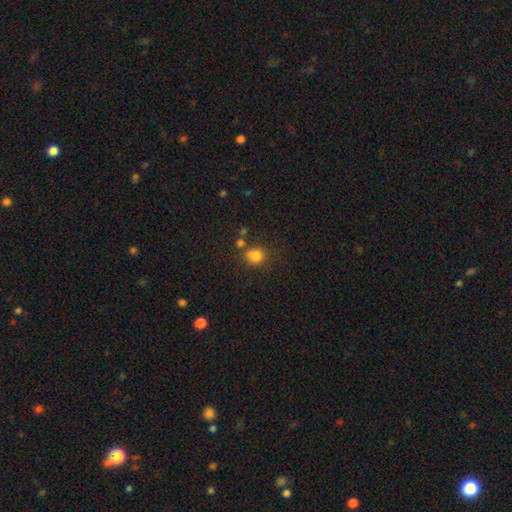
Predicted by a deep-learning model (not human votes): smooth 80%, star or artifact 13%, featured or disk 7%. Down the decision tree: how rounded — round (81%); merging — none (64%).